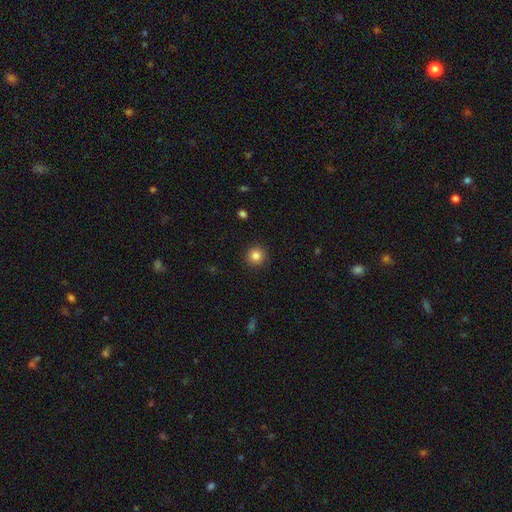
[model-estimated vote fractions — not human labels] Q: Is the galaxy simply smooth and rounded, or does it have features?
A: smooth — 84%.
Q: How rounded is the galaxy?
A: round — 95%.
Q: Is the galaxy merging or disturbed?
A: none — 91%.